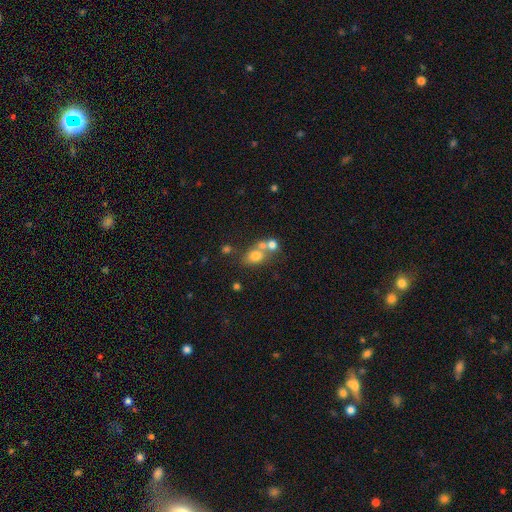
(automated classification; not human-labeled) Smooth or featured: smooth — 69% (featured or disk — 17%)
How rounded: round — 51% (in between — 47%)
Merging: merger — 46% (none — 39%)